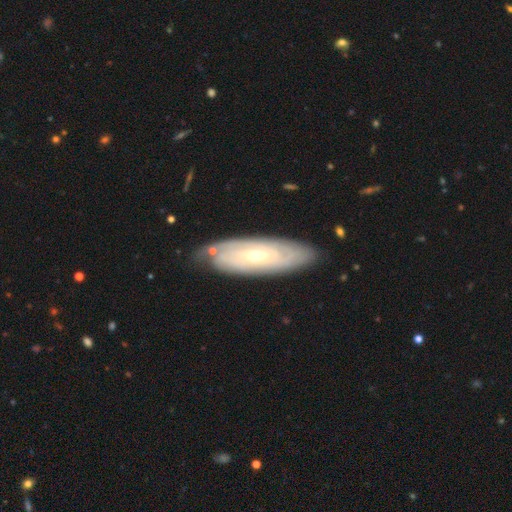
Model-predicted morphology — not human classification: This is likely a featured or disk galaxy (72%). It is clearly not viewed edge-on (83%). Bar: likely no (70%). Spiral arm pattern: clearly yes (84%). Spiral arm count: likely can't tell (63%). Spiral winding: likely tight (77%). Central bulge: likely small (71%). Merging: likely none (79%).